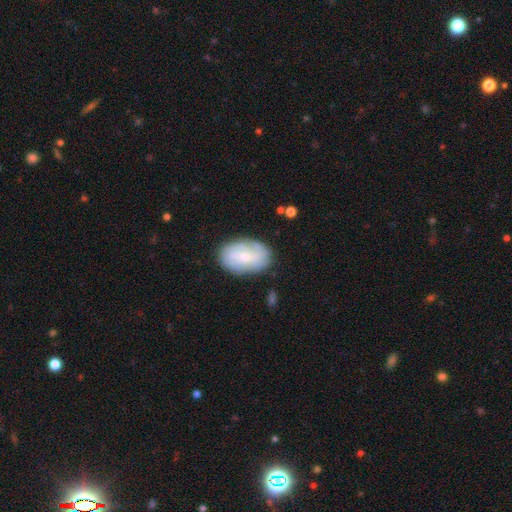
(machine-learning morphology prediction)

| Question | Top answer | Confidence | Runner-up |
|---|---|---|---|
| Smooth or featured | featured or disk | 60% | smooth (33%) |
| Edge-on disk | no | 96% | yes (4%) |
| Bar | no | 63% | weak (32%) |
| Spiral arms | yes | 84% | no (16%) |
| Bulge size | small | 58% | moderate (33%) |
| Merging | none | 78% | minor disturbance (16%) |